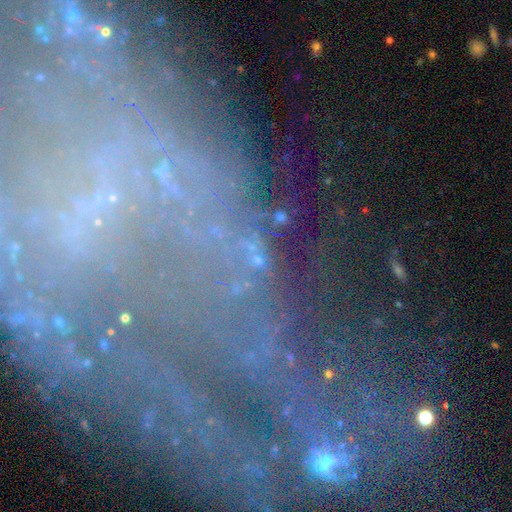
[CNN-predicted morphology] A star or artifact, not a galaxy (59%).